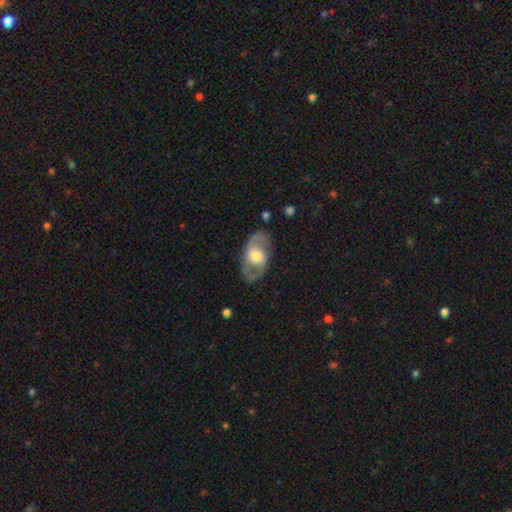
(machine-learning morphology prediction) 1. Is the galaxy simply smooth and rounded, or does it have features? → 62% featured or disk, 32% smooth, 5% star or artifact.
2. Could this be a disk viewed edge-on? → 91% no, 9% yes.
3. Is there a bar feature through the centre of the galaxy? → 57% no, 32% weak, 11% strong.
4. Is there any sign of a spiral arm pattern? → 63% yes, 37% no.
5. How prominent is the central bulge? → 60% moderate, 24% large, 13% small, 2% dominant, 1% none.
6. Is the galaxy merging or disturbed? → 77% none, 14% minor disturbance, 7% major disturbance, 2% merger.